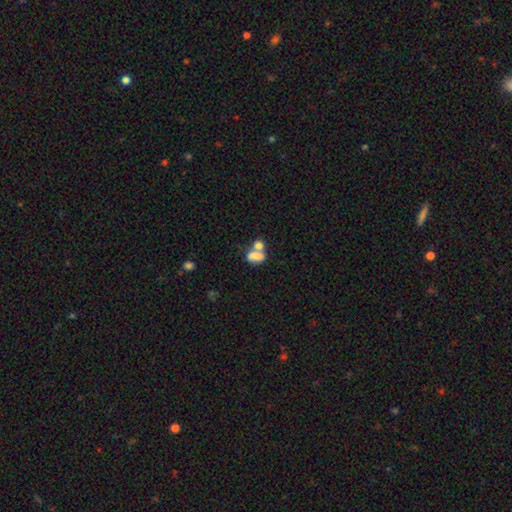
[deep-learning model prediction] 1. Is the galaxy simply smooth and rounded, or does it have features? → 74% smooth, 16% featured or disk, 10% star or artifact.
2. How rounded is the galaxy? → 81% in between, 15% round, 5% cigar-shaped.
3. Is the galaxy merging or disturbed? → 58% merger, 26% none, 10% minor disturbance, 6% major disturbance.